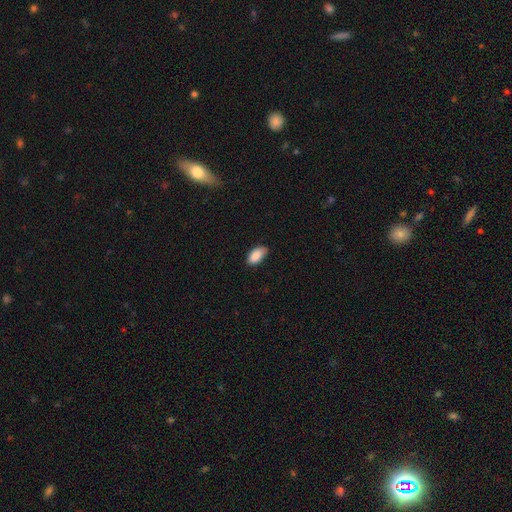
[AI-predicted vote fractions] Morphology: type=smooth (88%); roundness=in between (94%); merging=none (74%).